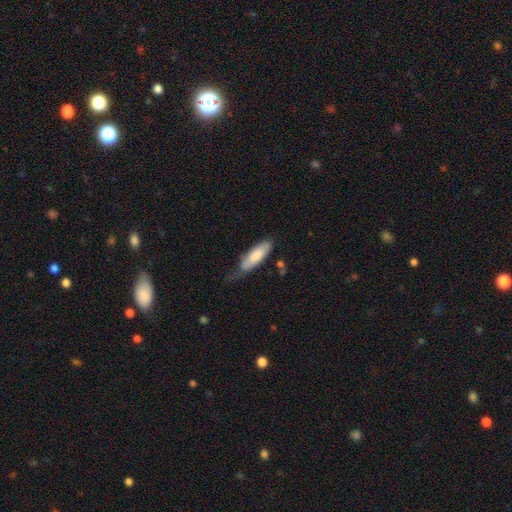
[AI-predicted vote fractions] Overall: smooth (79%). How rounded: in between (57%; cigar-shaped 42%). Merging: none (43%; minor disturbance 38%).